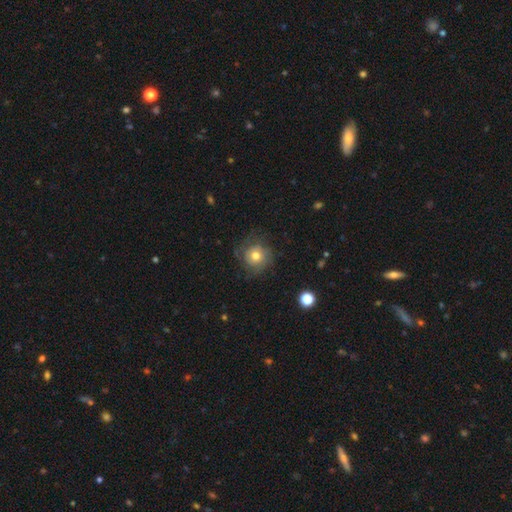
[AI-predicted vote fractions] Smooth or featured: smooth — 50% (featured or disk — 40%)
How rounded: round — 90% (in between — 9%)
Merging: none — 68% (minor disturbance — 18%)